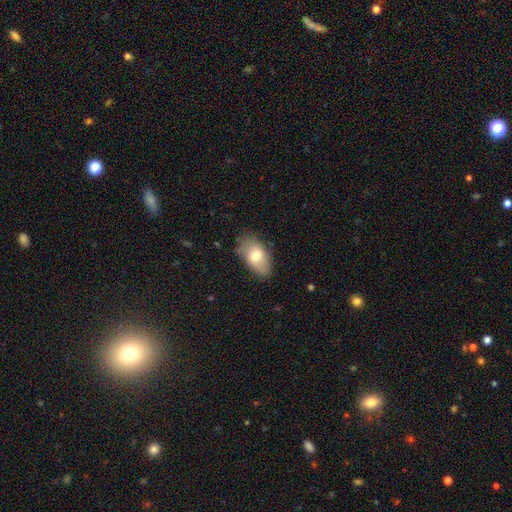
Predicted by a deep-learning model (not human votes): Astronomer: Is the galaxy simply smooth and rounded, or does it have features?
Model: smooth — 73%.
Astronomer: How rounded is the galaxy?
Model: in between — 93%.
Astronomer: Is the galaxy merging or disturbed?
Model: none — 72%.